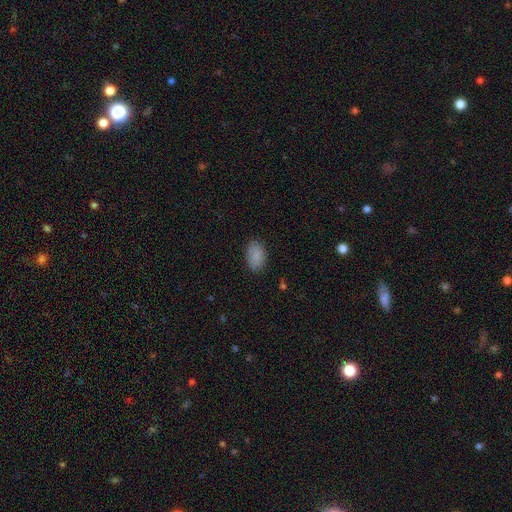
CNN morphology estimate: A smooth galaxy with no disk features (88%) that is in between round and cigar-shaped (91%).

Vote fractions:
- Smooth or featured? smooth: 88% / star or artifact: 7% / featured or disk: 5%
- How rounded? in between: 91% / round: 8% / cigar-shaped: 1%
- Merging? none: 84% / minor disturbance: 12% / major disturbance: 3% / merger: 1%